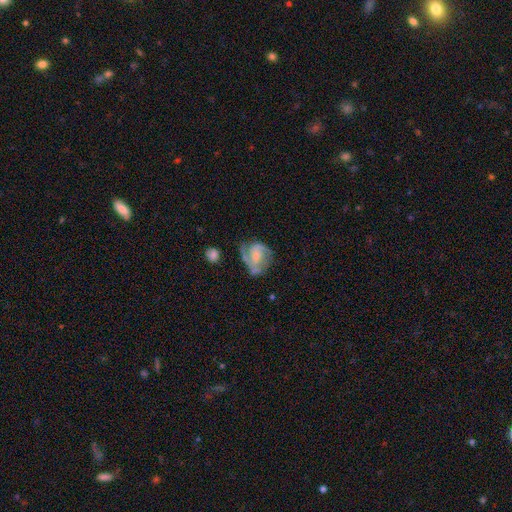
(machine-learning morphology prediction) smooth-or-featured: featured or disk: 77% | smooth: 17% | star or artifact: 6%
  disk-edge-on: no: 98% | yes: 2%
    bar: no: 59% | weak: 35% | strong: 7%
    has-spiral-arms: yes: 91% | no: 9%
      spiral-winding: medium: 49% | tight: 32% | loose: 19%
      spiral-arm-count: 2: 70% | can't tell: 11% | 3: 9% | 1: 6% | 4: 2% | more than 4: 2%
    bulge-size: small: 51% | moderate: 33% | none: 11% | large: 4% | dominant: 1%
  merging: none: 49% | minor disturbance: 26% | major disturbance: 19% | merger: 6%